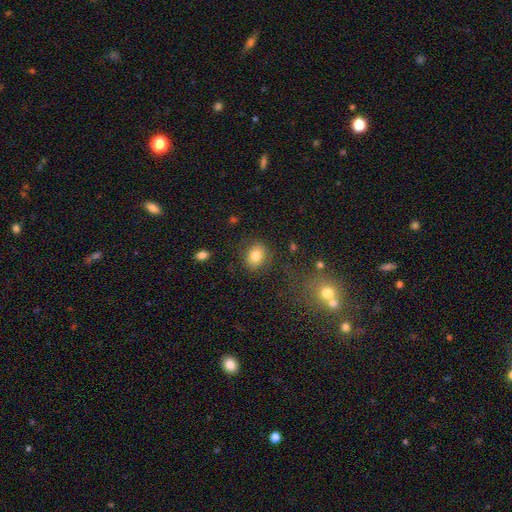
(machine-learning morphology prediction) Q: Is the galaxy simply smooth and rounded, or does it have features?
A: smooth — 80%.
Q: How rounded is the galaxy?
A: in between — 58%.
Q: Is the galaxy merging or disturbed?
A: none — 82%.